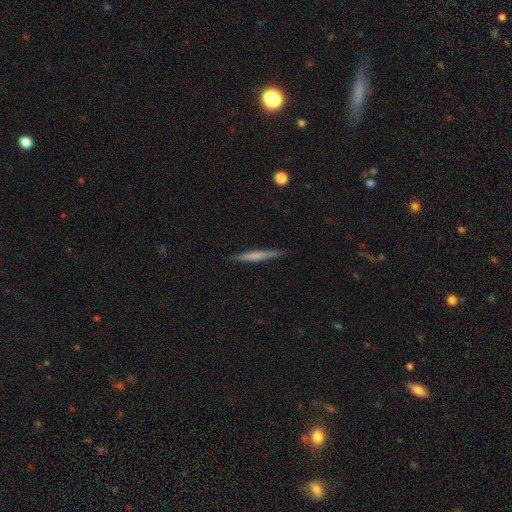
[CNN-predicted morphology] smooth-or-featured: featured or disk: 48% | smooth: 46% | star or artifact: 6%
  merging: none: 91% | minor disturbance: 7% | major disturbance: 1% | merger: 1%